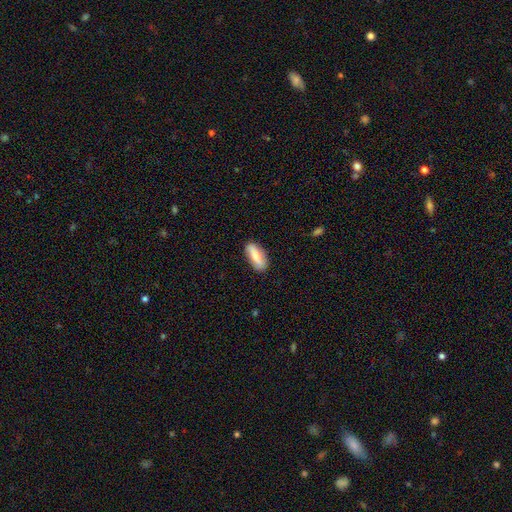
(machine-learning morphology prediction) smooth_or_featured: smooth (p=0.63) [alt: featured or disk p=0.31]
how_rounded: in between (p=0.79) [alt: cigar-shaped p=0.18]
merging: none (p=0.84) [alt: minor disturbance p=0.12]